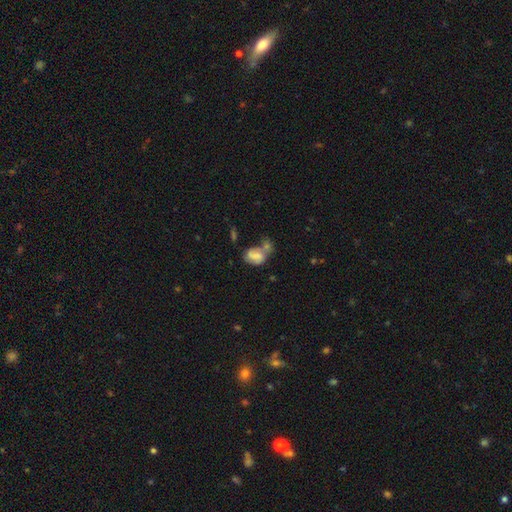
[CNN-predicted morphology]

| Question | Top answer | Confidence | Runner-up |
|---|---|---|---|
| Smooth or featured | smooth | 61% | featured or disk (28%) |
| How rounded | in between | 76% | round (23%) |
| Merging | merger | 43% | none (25%) |